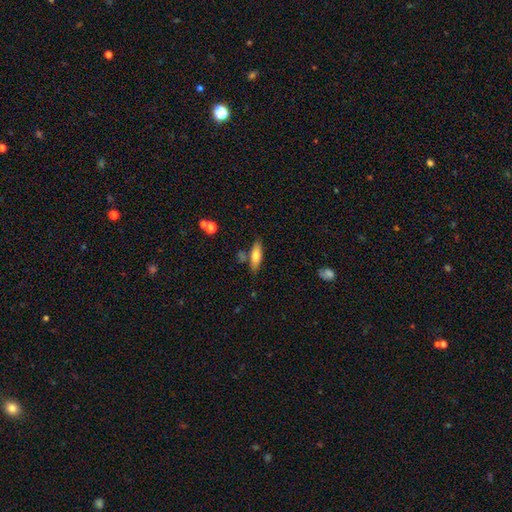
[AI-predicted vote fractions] Smooth or featured? Predicted: smooth (p=0.69). How rounded? Predicted: cigar-shaped (p=0.51). Merging? Predicted: none (p=0.73).